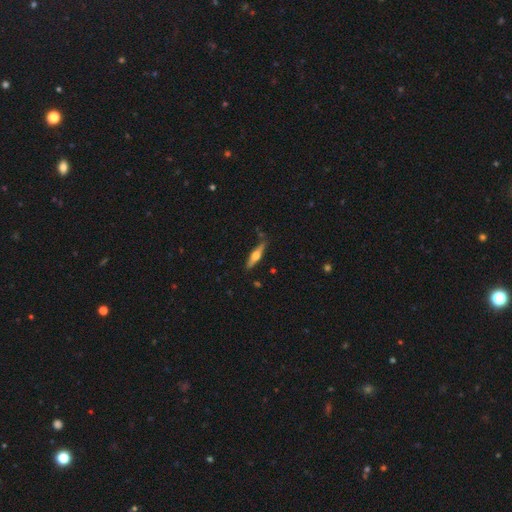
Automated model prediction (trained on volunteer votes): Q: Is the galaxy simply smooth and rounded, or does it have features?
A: featured or disk — 55%.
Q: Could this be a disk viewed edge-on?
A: yes — 94%.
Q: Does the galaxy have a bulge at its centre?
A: rounded — 92%.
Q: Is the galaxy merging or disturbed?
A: none — 81%.